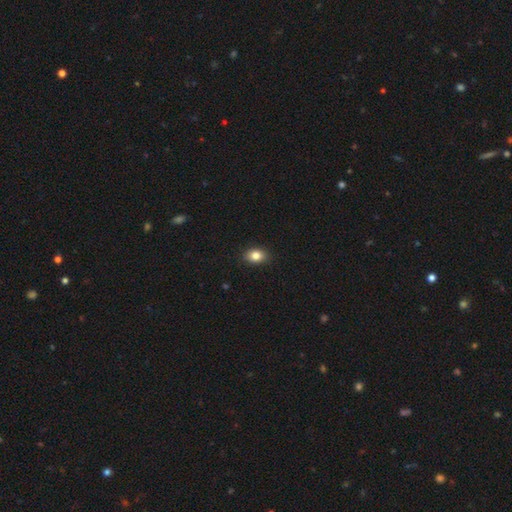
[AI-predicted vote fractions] A smooth galaxy with no disk features (84%) that is in between round and cigar-shaped (71%).

Vote fractions:
- Smooth or featured? smooth: 84% / star or artifact: 9% / featured or disk: 7%
- How rounded? in between: 71% / round: 28% / cigar-shaped: 1%
- Merging? none: 90% / minor disturbance: 8% / major disturbance: 2% / merger: 1%